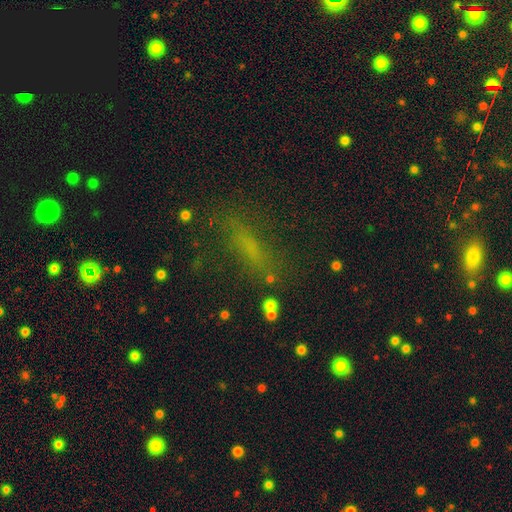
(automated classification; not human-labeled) Q: Smooth or featured?
A: smooth (54%); runner-up: star or artifact (27%)
Q: How rounded?
A: cigar-shaped (59%); runner-up: in between (36%)
Q: Merging?
A: none (68%); runner-up: minor disturbance (17%)